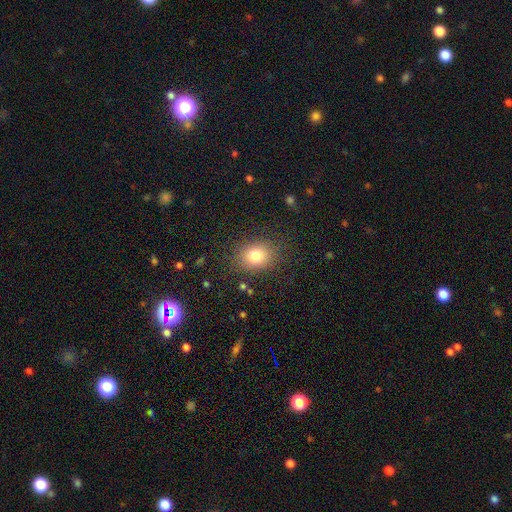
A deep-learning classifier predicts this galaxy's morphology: type=smooth (79%); roundness=in between (50%); merging=none (83%).